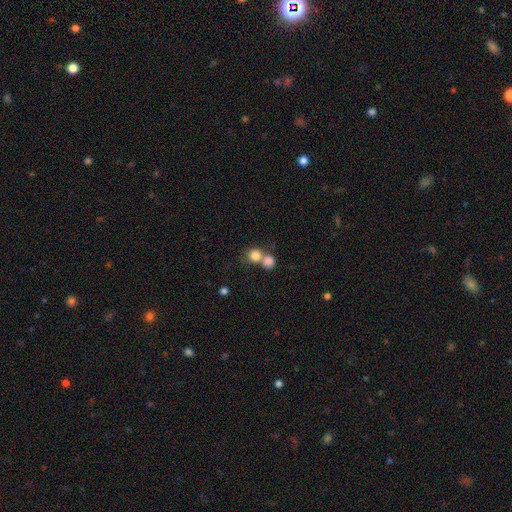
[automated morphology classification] Smooth or featured?
  - smooth: 81% *
  - star or artifact: 10%
  - featured or disk: 9%
How rounded?
  - round: 83% *
  - in between: 16%
  - cigar-shaped: 1%
Merging?
  - merger: 52% *
  - none: 38%
  - minor disturbance: 7%
  - major disturbance: 4%